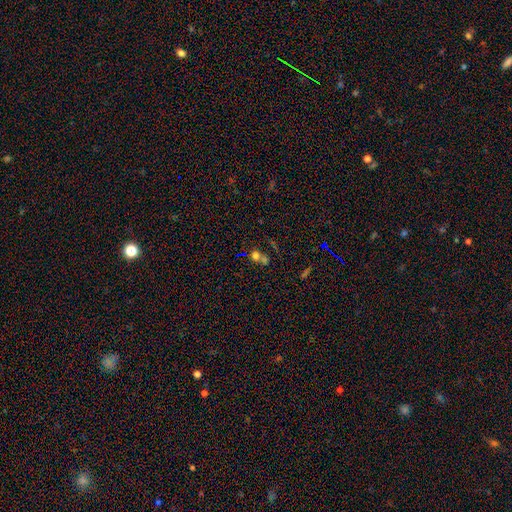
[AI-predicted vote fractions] The model was most divided on "merging": merger: 48%, none: 39%, minor disturbance: 8%, major disturbance: 6%. More confident: how rounded — round (77%); smooth or featured — smooth (61%).